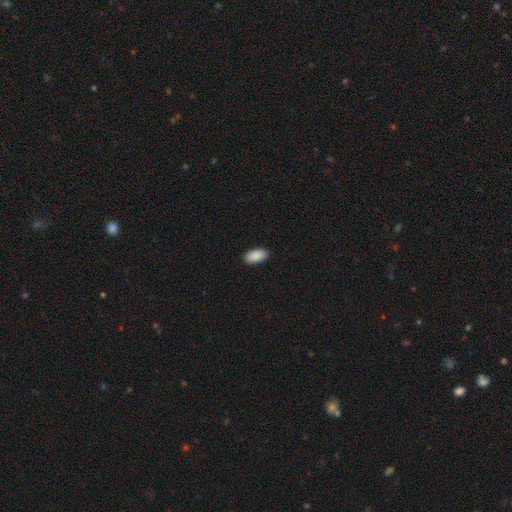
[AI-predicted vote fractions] smooth-or-featured: smooth: 91% | star or artifact: 6% | featured or disk: 3%
  how-rounded: in between: 94% | cigar-shaped: 4% | round: 2%
  merging: none: 88% | minor disturbance: 9% | major disturbance: 2% | merger: 1%